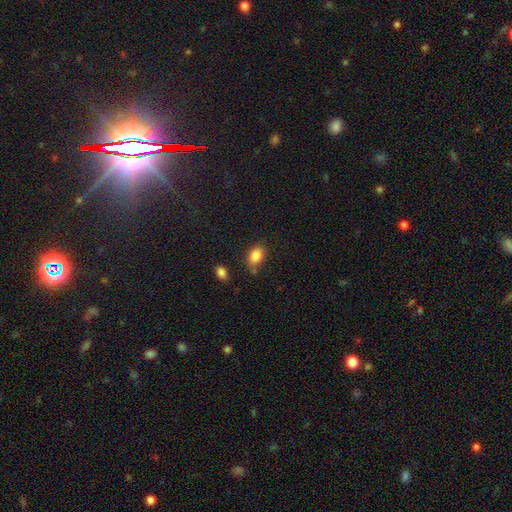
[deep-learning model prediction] Smooth or featured? smooth (85%)
How rounded? in between (82%)
Merging? none (66%)